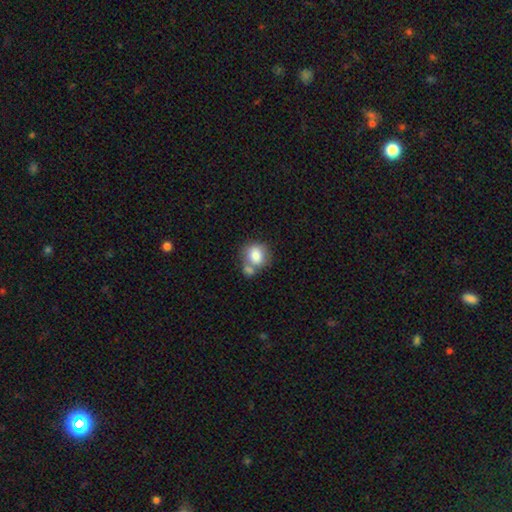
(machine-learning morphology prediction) Smooth or featured? Predicted: smooth (p=0.79). How rounded? Predicted: round (p=0.68). Merging? Predicted: none (p=0.42).